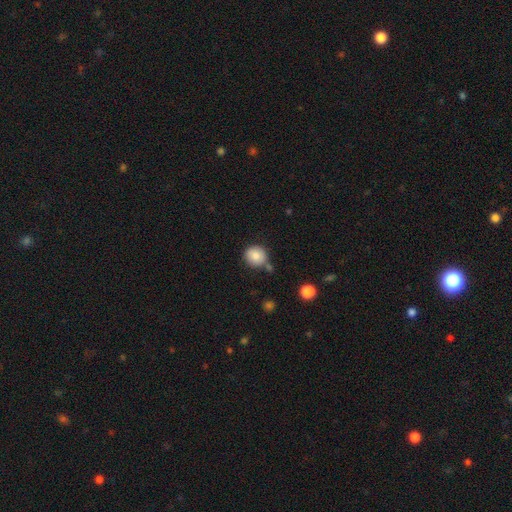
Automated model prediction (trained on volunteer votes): Smooth or featured? Predicted: smooth (p=0.83). How rounded? Predicted: round (p=0.91). Merging? Predicted: none (p=0.73).